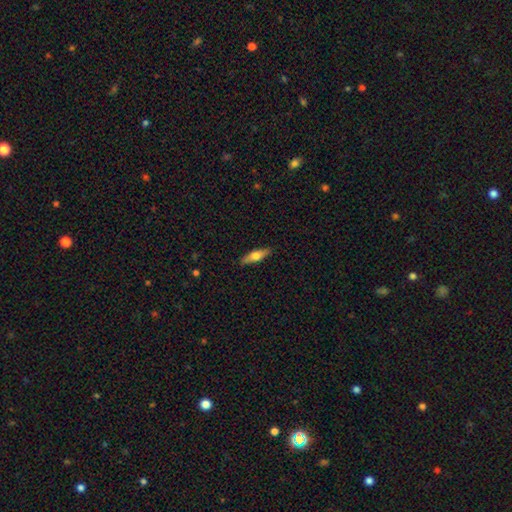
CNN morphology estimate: smooth-or-featured: smooth: 54% | featured or disk: 41% | star or artifact: 6%
  how-rounded: cigar-shaped: 60% | in between: 37% | round: 3%
  merging: none: 90% | minor disturbance: 8% | major disturbance: 2% | merger: 1%